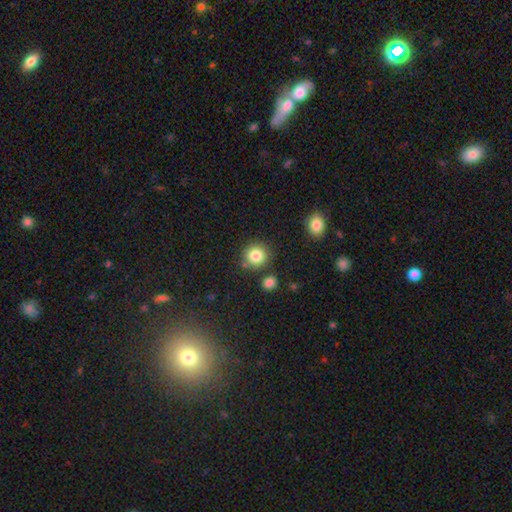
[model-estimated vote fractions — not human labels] Q: Smooth or featured?
A: smooth (84%); runner-up: star or artifact (10%)
Q: How rounded?
A: round (92%); runner-up: in between (8%)
Q: Merging?
A: none (80%); runner-up: minor disturbance (9%)